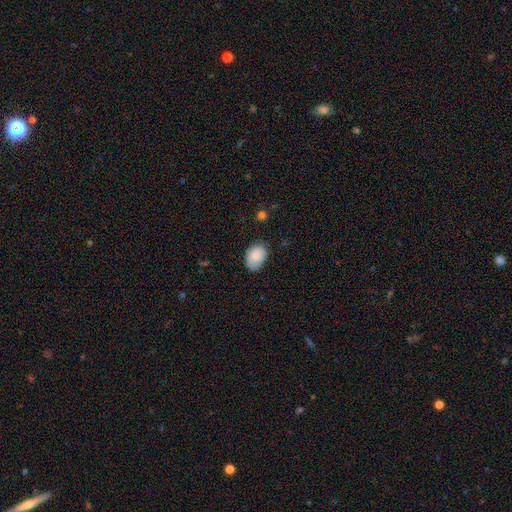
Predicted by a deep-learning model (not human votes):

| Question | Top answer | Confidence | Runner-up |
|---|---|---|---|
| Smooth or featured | smooth | 85% | featured or disk (8%) |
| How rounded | in between | 82% | round (17%) |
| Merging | none | 71% | minor disturbance (24%) |